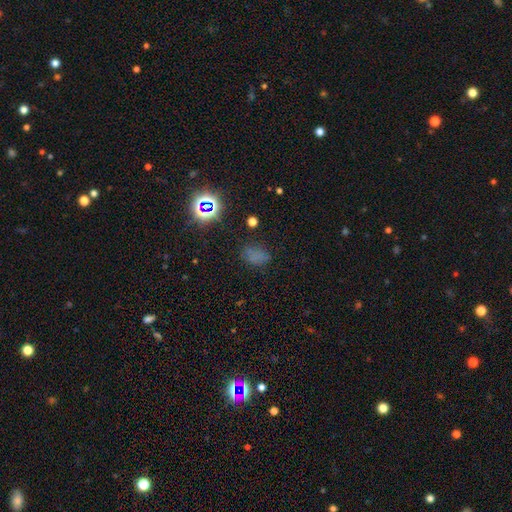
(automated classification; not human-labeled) Smooth or featured? smooth (57%)
How rounded? in between (76%)
Merging? none (66%)